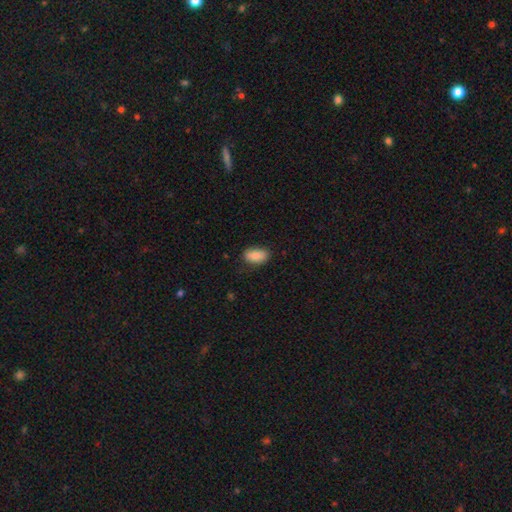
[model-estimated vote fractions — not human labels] This is clearly a smooth galaxy (87%). How rounded: clearly in between (92%). Merging: clearly none (82%).